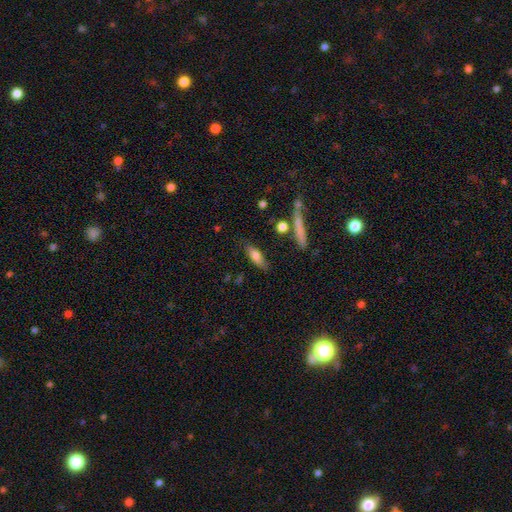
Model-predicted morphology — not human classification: Smooth or featured? Predicted: smooth (p=0.69). How rounded? Predicted: in between (p=0.50). Merging? Predicted: none (p=0.77).